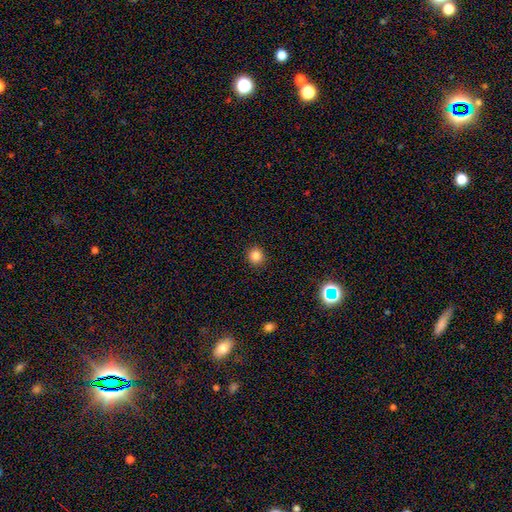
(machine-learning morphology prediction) smooth_or_featured: smooth (p=0.84) [alt: star or artifact p=0.12]
how_rounded: round (p=0.91) [alt: in between p=0.08]
merging: none (p=0.92) [alt: minor disturbance p=0.05]